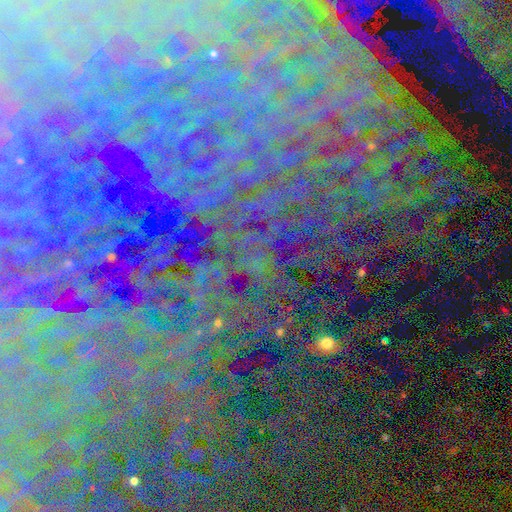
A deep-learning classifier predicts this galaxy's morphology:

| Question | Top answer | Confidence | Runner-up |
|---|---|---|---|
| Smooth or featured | star or artifact | 82% | featured or disk (9%) |